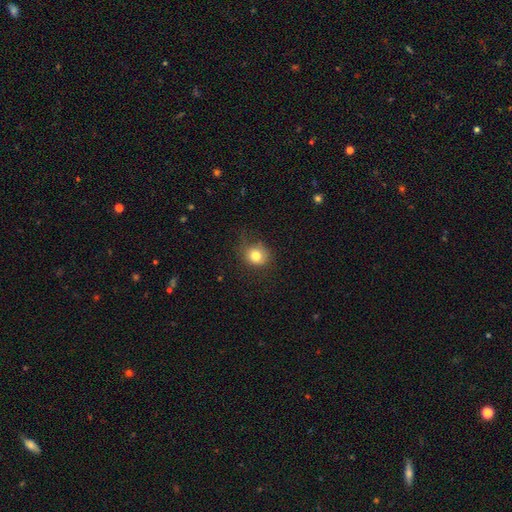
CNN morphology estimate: Smooth or featured: smooth — 80% (star or artifact — 11%)
How rounded: round — 76% (in between — 24%)
Merging: none — 64% (minor disturbance — 25%)